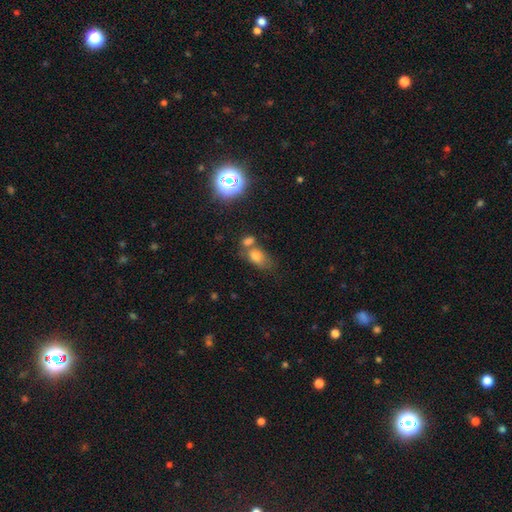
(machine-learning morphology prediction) smooth-or-featured: smooth: 72% | star or artifact: 16% | featured or disk: 11%
  how-rounded: in between: 76% | round: 21% | cigar-shaped: 3%
  merging: none: 41% | merger: 36% | minor disturbance: 16% | major disturbance: 7%